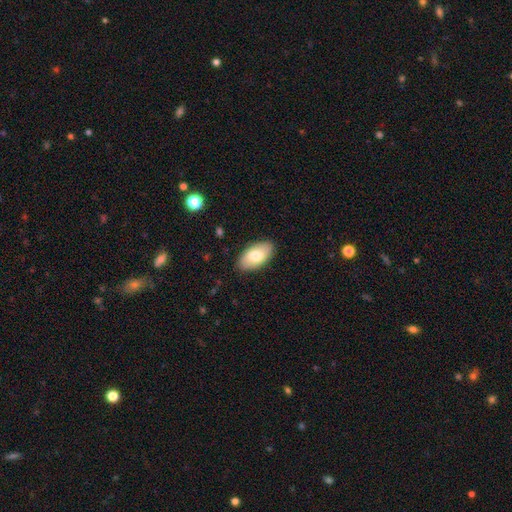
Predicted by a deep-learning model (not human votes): Smooth or featured?
  - smooth: 75% *
  - featured or disk: 19%
  - star or artifact: 6%
How rounded?
  - in between: 95% *
  - round: 3%
  - cigar-shaped: 2%
Merging?
  - none: 87% *
  - minor disturbance: 10%
  - major disturbance: 2%
  - merger: 1%